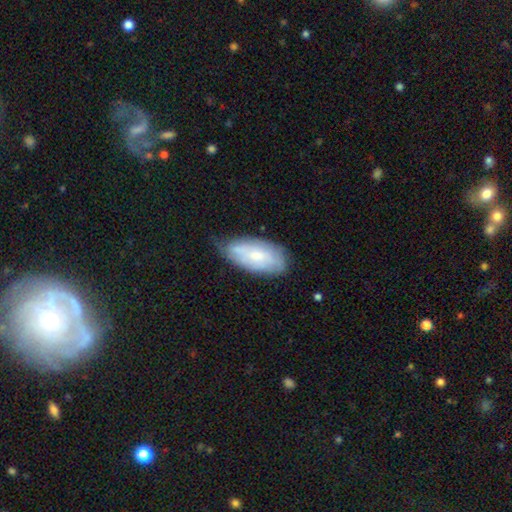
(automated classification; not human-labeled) Smooth or featured? smooth (56%)
How rounded? in between (92%)
Merging? none (60%)